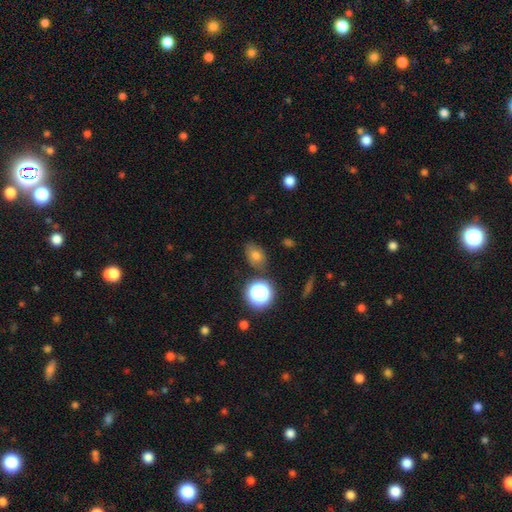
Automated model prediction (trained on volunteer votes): Smooth or featured? Predicted: smooth (p=0.70). How rounded? Predicted: in between (p=0.66). Merging? Predicted: none (p=0.78).